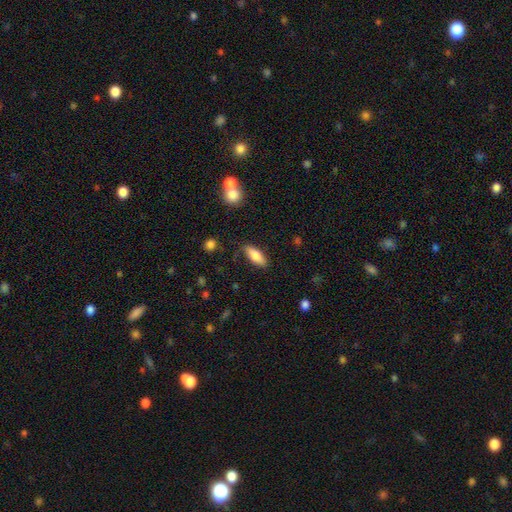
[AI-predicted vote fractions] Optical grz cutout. It shows a smooth galaxy with no disk features (80%) that is in between round and cigar-shaped (72%). Merging: none (80%).